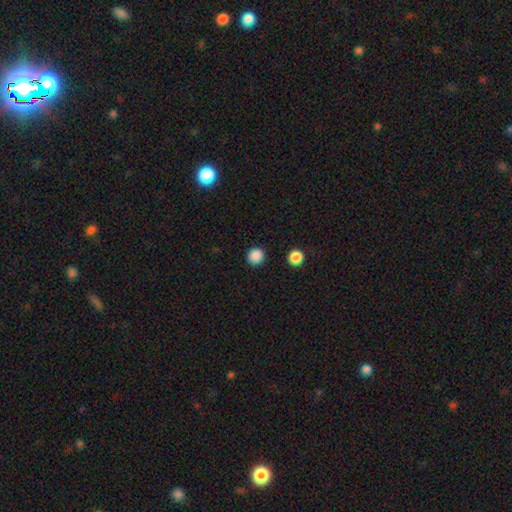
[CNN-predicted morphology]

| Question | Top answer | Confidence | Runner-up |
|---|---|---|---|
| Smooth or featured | smooth | 87% | star or artifact (11%) |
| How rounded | round | 93% | in between (6%) |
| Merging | none | 91% | minor disturbance (5%) |